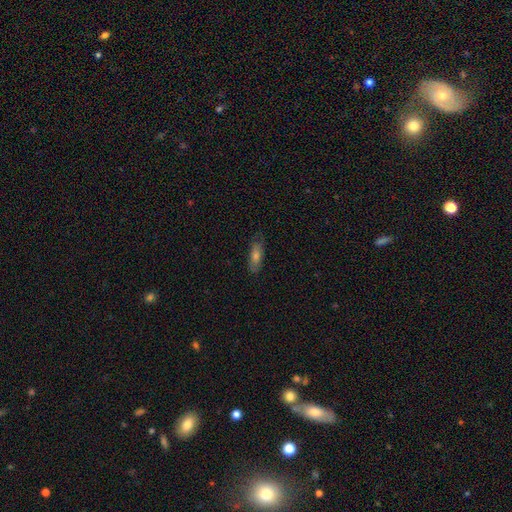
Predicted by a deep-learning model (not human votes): A smooth galaxy with no disk features (57%) that is in between round and cigar-shaped (56%).

Vote fractions:
- Smooth or featured? smooth: 57% / featured or disk: 32% / star or artifact: 10%
- How rounded? in between: 56% / cigar-shaped: 41% / round: 3%
- Merging? none: 80% / minor disturbance: 16% / major disturbance: 4% / merger: 1%